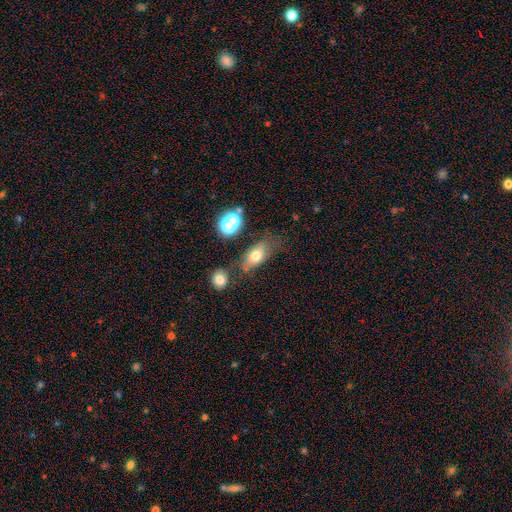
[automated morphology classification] The model was most divided on "merging": none: 60%, minor disturbance: 21%, merger: 10%, major disturbance: 9%. More confident: how rounded — in between (77%); smooth or featured — smooth (69%).